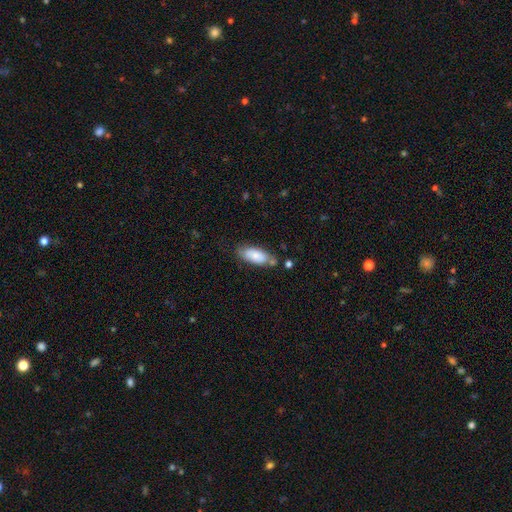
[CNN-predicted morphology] Overall: smooth (79%). How rounded: in between (83%). Merging: none (63%).